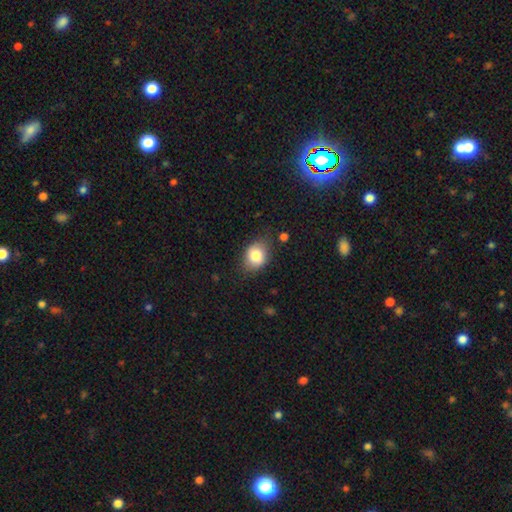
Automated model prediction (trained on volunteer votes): Smooth or featured?
  - smooth: 80% *
  - featured or disk: 11%
  - star or artifact: 8%
How rounded?
  - in between: 58% *
  - round: 41%
  - cigar-shaped: 1%
Merging?
  - none: 71% *
  - minor disturbance: 21%
  - major disturbance: 5%
  - merger: 2%